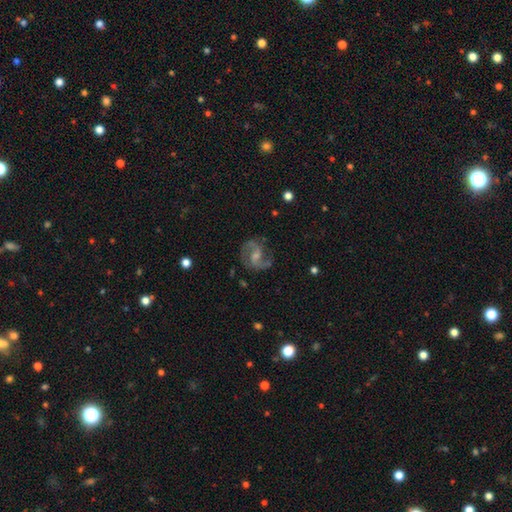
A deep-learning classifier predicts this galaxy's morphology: Smooth or featured: featured or disk — 84% (star or artifact — 9%)
Edge-on disk: no — 97% (yes — 3%)
Bar: weak — 51% (no — 32%)
Spiral arms: yes — 97% (no — 3%)
Spiral winding: medium — 58% (loose — 22%)
Spiral arm count: 2 — 88% (can't tell — 4%)
Bulge size: small — 44% (moderate — 40%)
Merging: none — 78% (minor disturbance — 13%)